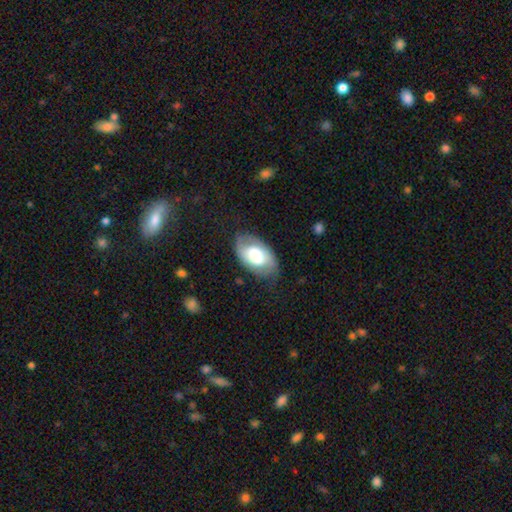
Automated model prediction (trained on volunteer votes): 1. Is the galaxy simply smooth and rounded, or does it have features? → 48% featured or disk, 45% smooth, 7% star or artifact.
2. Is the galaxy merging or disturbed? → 66% none, 23% minor disturbance, 10% major disturbance, 1% merger.